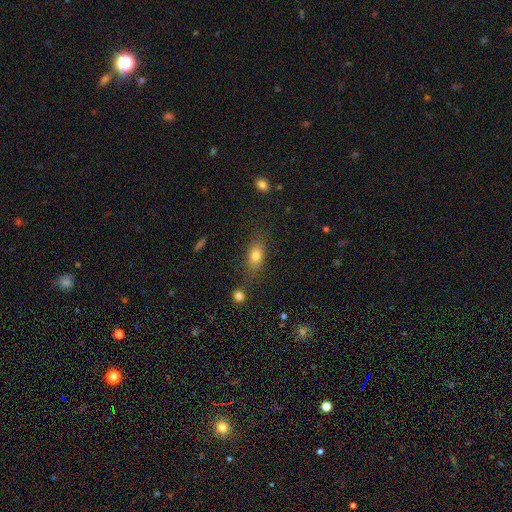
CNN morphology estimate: smooth_or_featured: smooth (p=0.78) [alt: featured or disk p=0.12]
how_rounded: in between (p=0.77) [alt: round p=0.14]
merging: none (p=0.71) [alt: minor disturbance p=0.16]